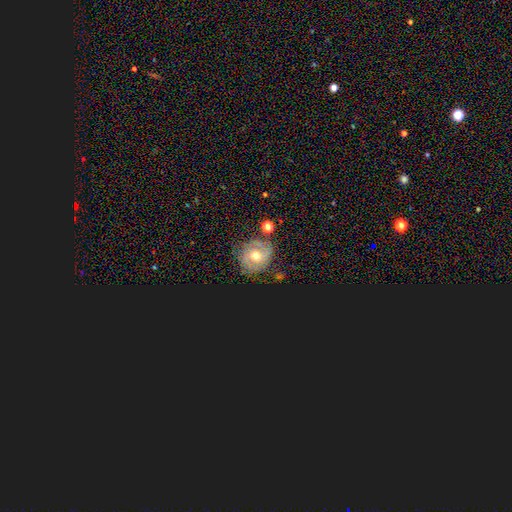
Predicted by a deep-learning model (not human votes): A featured or disk galaxy (66%) with no bar (62%), 2 (58%) tight (52%) spiral arms (85%) and a moderate central bulge (78%).

Vote fractions:
- Smooth or featured? featured or disk: 66% / smooth: 20% / star or artifact: 14%
- Edge-on disk? no: 97% / yes: 3%
- Bar? no: 62% / weak: 29% / strong: 8%
- Spiral arms? yes: 85% / no: 15%
- Spiral winding? tight: 52% / medium: 35% / loose: 13%
- Spiral arm count? 2: 58% / can't tell: 20% / 3: 9% / 1: 5% / 4: 3% / more than 4: 3%
- Bulge size? moderate: 78% / small: 15% / large: 5% / dominant: 1% / none: 1%
- Merging? none: 73% / minor disturbance: 16% / major disturbance: 7% / merger: 4%